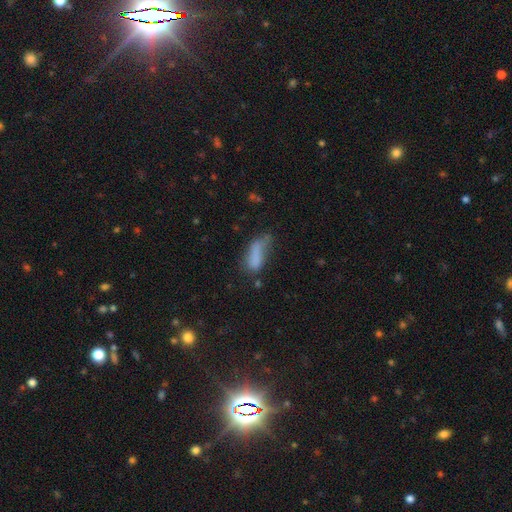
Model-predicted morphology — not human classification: Overall: smooth (73%). How rounded: in between (68%; cigar-shaped 29%). Merging: minor disturbance (32%; none 30%).